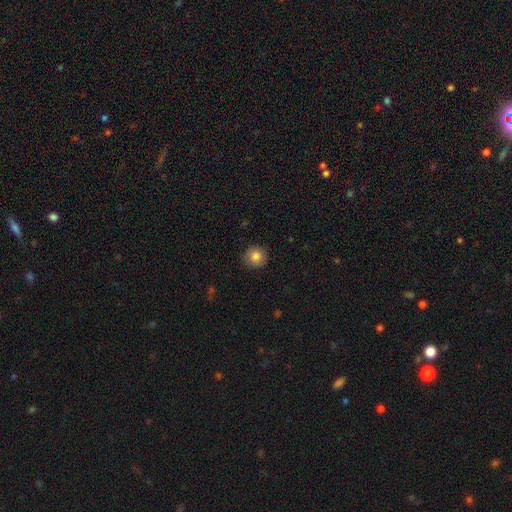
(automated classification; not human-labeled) This is clearly a smooth galaxy (84%). How rounded: clearly round (92%). Merging: clearly none (89%).